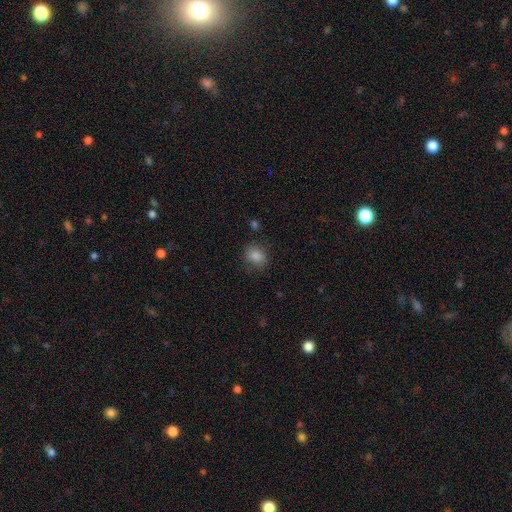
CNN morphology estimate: type=smooth (84%); roundness=round (60%); merging=none (82%).